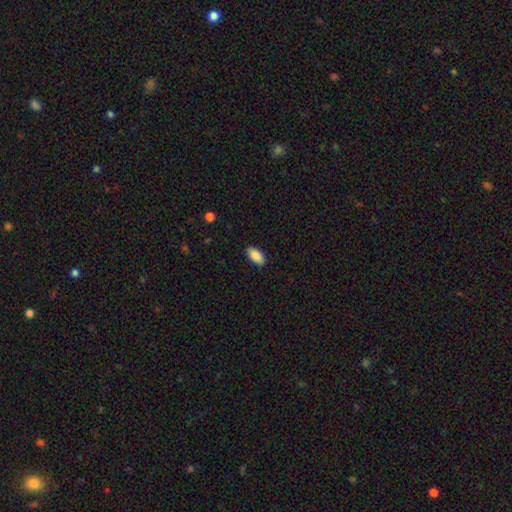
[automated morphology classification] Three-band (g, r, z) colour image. It shows a smooth galaxy with no disk features (89%) that is in between round and cigar-shaped (94%). Merging: none (88%).